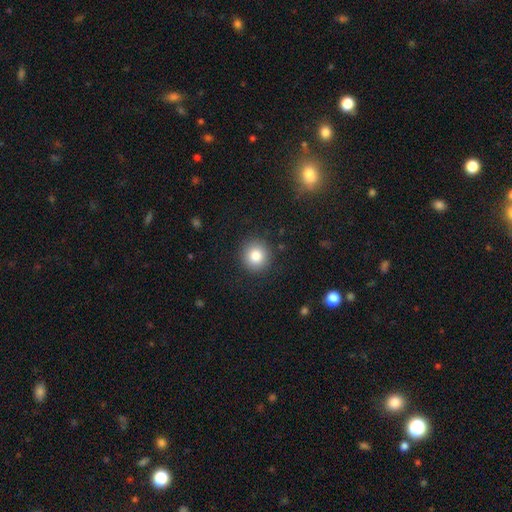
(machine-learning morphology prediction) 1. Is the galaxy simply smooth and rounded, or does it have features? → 83% smooth, 10% star or artifact, 7% featured or disk.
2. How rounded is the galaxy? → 93% round, 7% in between, 1% cigar-shaped.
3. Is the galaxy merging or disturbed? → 90% none, 6% minor disturbance, 2% major disturbance, 1% merger.